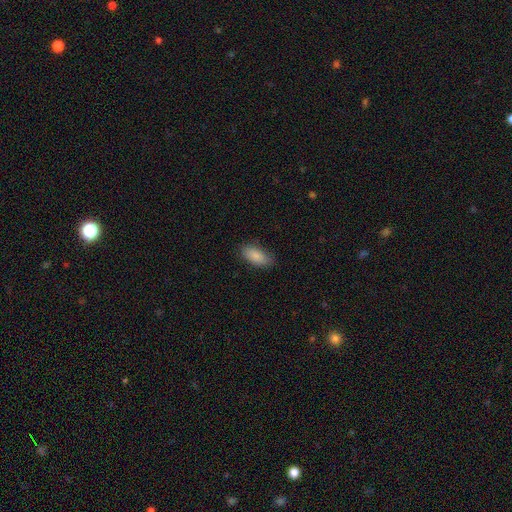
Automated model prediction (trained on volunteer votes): Q: Smooth or featured?
A: smooth (88%); runner-up: star or artifact (7%)
Q: How rounded?
A: in between (90%); runner-up: cigar-shaped (8%)
Q: Merging?
A: none (83%); runner-up: minor disturbance (13%)